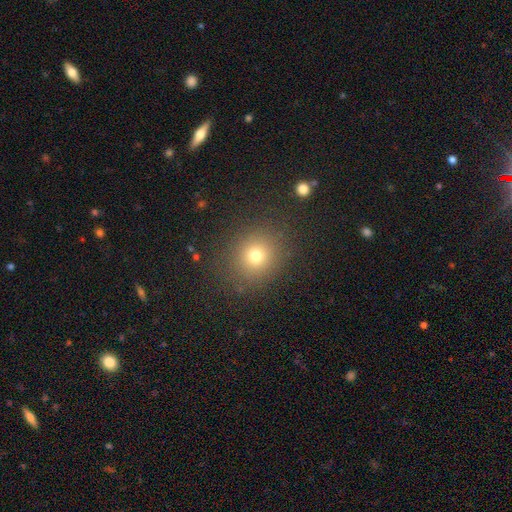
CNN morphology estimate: This appears to be a smooth galaxy with no disk features (73%) that is round (82%). Merging: none (86%).